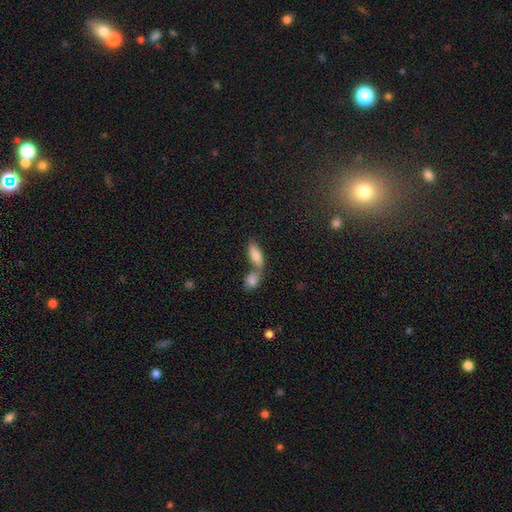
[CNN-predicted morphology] Overall: smooth (81%). How rounded: in between (81%). Merging: merger (56%; none 31%).